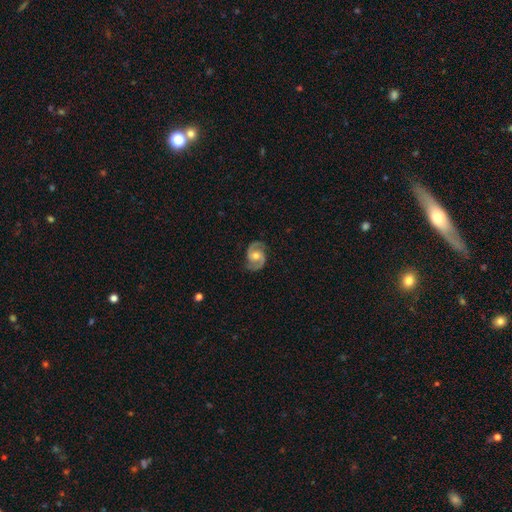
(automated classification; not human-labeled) The model was most divided on "bar": no: 53%, weak: 37%, strong: 10%. More confident: edge-on disk — no (98%); spiral arms — yes (98%); spiral arm count — 2 (94%); smooth or featured — featured or disk (90%); merging — none (84%); bulge size — moderate (74%); spiral winding — medium (58%).